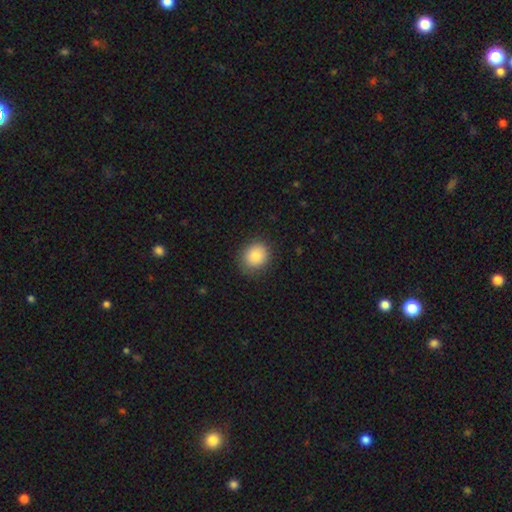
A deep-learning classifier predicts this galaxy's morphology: This is clearly a smooth galaxy (84%). How rounded: likely round (74%). Merging: clearly none (86%).